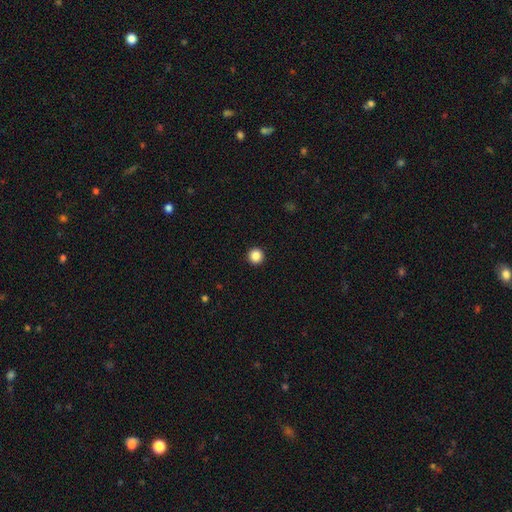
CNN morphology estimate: Overall: smooth (86%). How rounded: round (96%). Merging: none (94%).